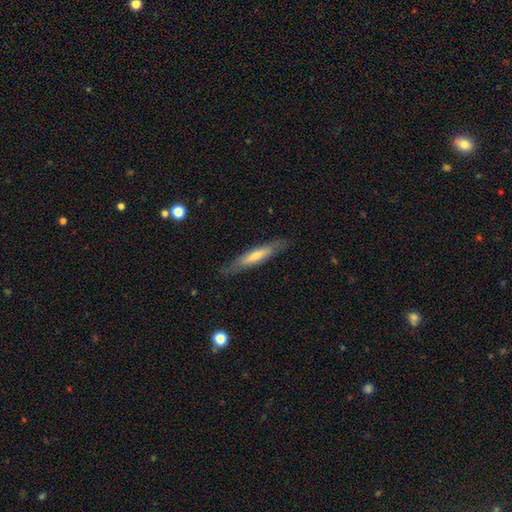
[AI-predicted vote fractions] Smooth or featured? Predicted: smooth (p=0.51). How rounded? Predicted: cigar-shaped (p=0.88). Merging? Predicted: none (p=0.84).